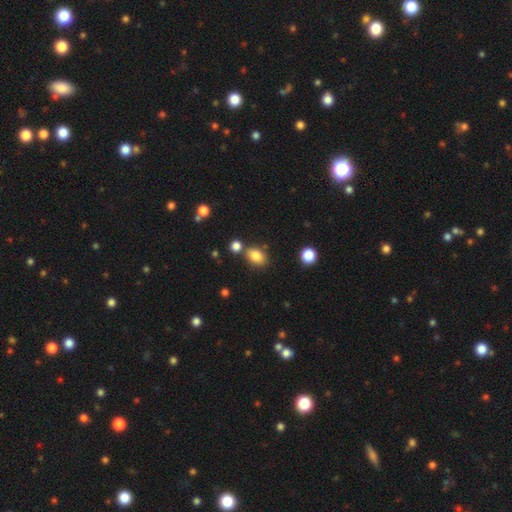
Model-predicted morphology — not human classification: smooth-or-featured: smooth: 83% | star or artifact: 10% | featured or disk: 7%
  how-rounded: in between: 76% | round: 22% | cigar-shaped: 1%
  merging: none: 68% | merger: 16% | minor disturbance: 12% | major disturbance: 4%